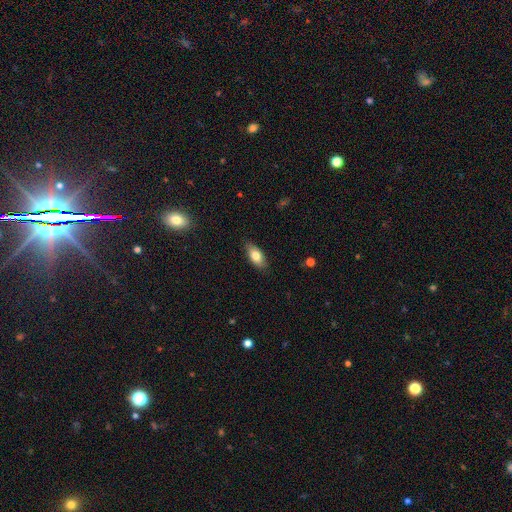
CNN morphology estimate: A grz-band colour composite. It shows a smooth galaxy with no disk features (79%) that is in between round and cigar-shaped (87%). Merging: none (85%).